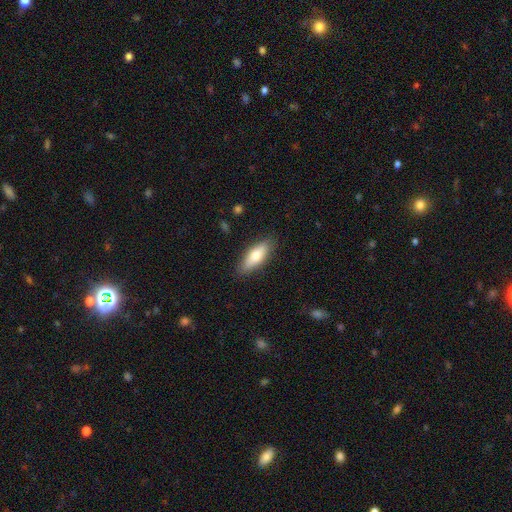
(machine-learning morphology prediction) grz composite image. It shows a smooth galaxy with no disk features (71%) that is in between round and cigar-shaped (59%). Merging: none (86%).